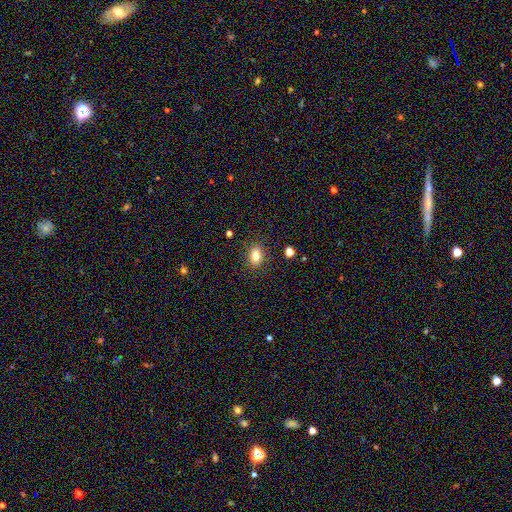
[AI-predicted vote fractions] The model was most divided on "how rounded": in between: 76%, round: 22%, cigar-shaped: 2%. More confident: merging — none (86%); smooth or featured — smooth (80%).